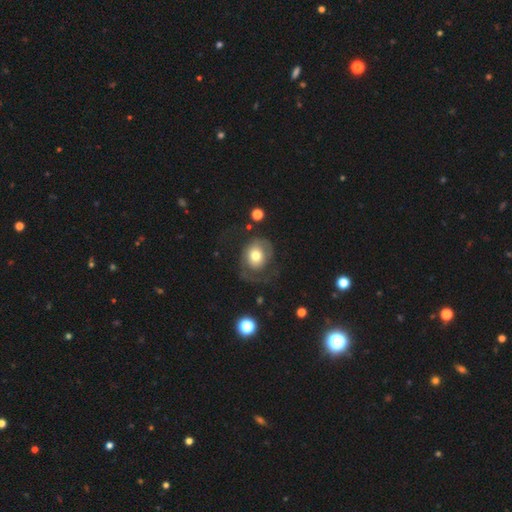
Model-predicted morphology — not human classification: The model was most divided on "merging" (2-way tie): major disturbance: 39%, none: 39%, minor disturbance: 20%, merger: 3%. More confident: how rounded — round (64%); smooth or featured — smooth (51%).